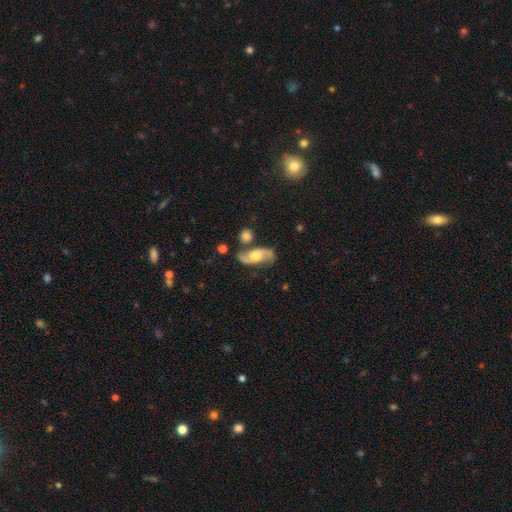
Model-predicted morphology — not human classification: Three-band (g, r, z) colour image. It shows a featured or disk galaxy (72%) with no bar (67%), 2 (90%) loose (49%) spiral arms (90%) and a moderate central bulge (69%). Merging: none (65%).